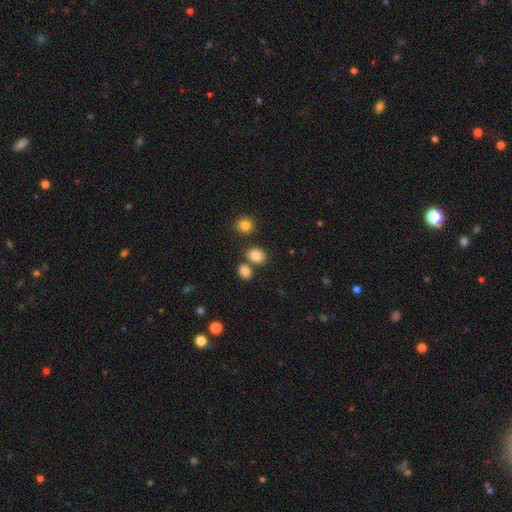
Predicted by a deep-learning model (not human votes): Morphology: type=smooth (85%); roundness=in between (52%); merging=none (67%).